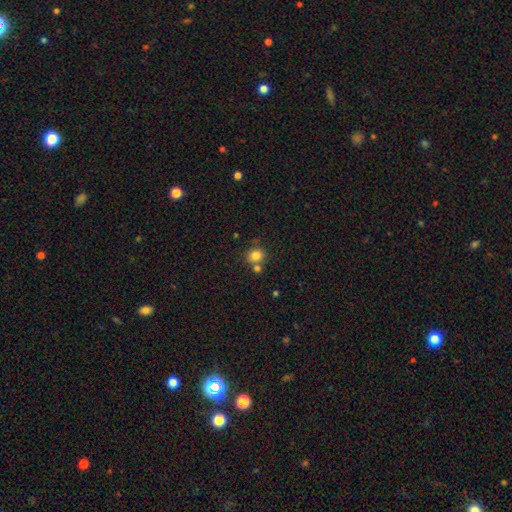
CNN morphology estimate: Smooth or featured? smooth (81%)
How rounded? round (82%)
Merging? none (64%)